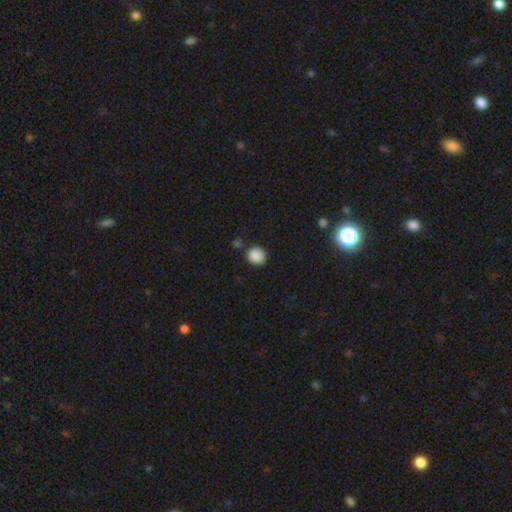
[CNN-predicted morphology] Overall: smooth (88%). How rounded: round (77%). Merging: none (81%).